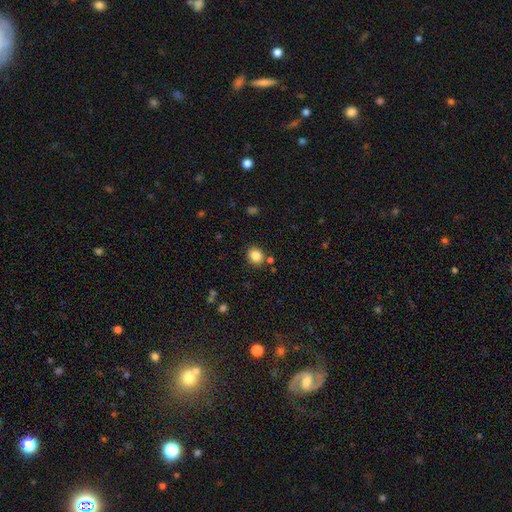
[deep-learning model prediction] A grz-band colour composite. It shows a smooth galaxy with no disk features (83%) that is round (64%). Merging: none (81%).